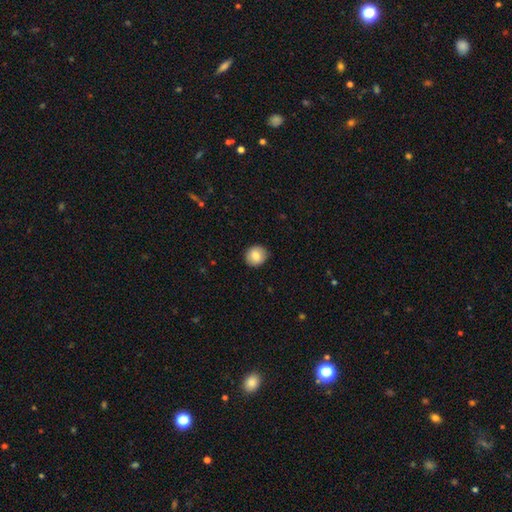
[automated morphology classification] A smooth galaxy with no disk features (84%) that is round (82%). Merging: none (88%).